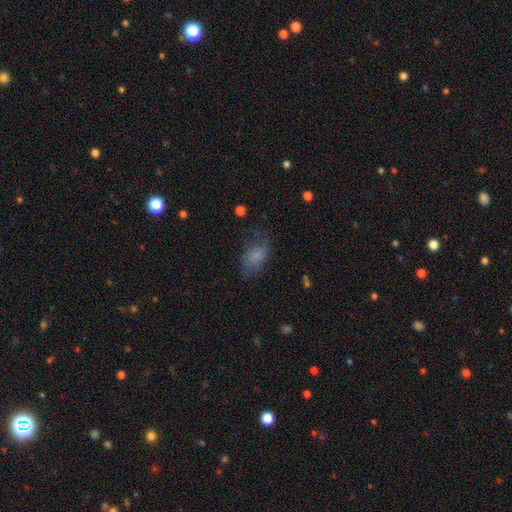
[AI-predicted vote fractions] Q: Smooth or featured?
A: smooth (73%); runner-up: featured or disk (16%)
Q: How rounded?
A: in between (89%); runner-up: round (7%)
Q: Merging?
A: none (60%); runner-up: minor disturbance (24%)